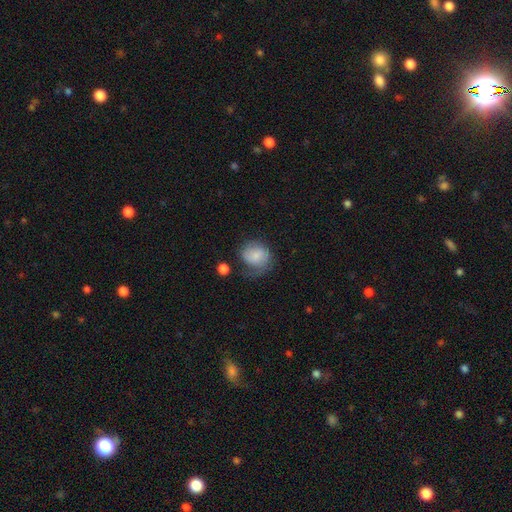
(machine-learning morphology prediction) This appears to be a smooth galaxy with no disk features (62%) that is round (72%). Merging: none (42%).